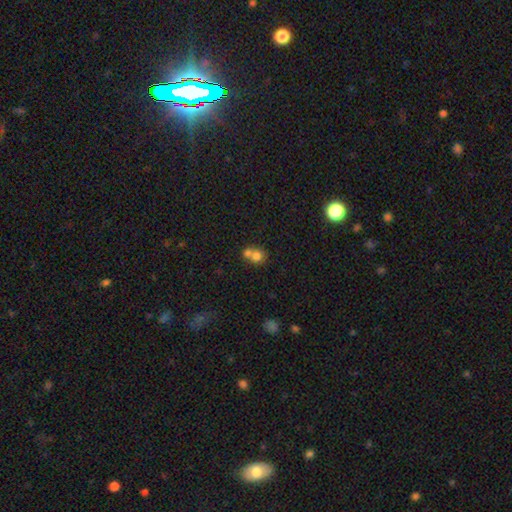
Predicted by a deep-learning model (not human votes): smooth 73%, featured or disk 16%, star or artifact 11%. Down the decision tree: how rounded — round (78%); merging — merger (62%).